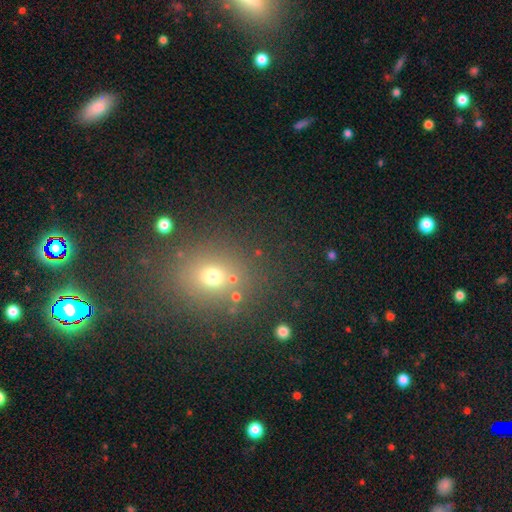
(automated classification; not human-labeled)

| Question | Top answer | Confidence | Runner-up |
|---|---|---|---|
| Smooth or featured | smooth | 47% | star or artifact (41%) |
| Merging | none | 78% | minor disturbance (9%) |